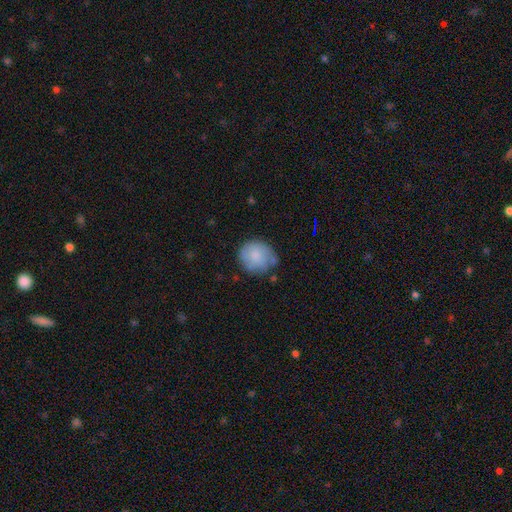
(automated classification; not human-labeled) The model was most divided on "merging": none: 59%, minor disturbance: 28%, major disturbance: 7%, merger: 6%. More confident: how rounded — round (85%); smooth or featured — smooth (80%).